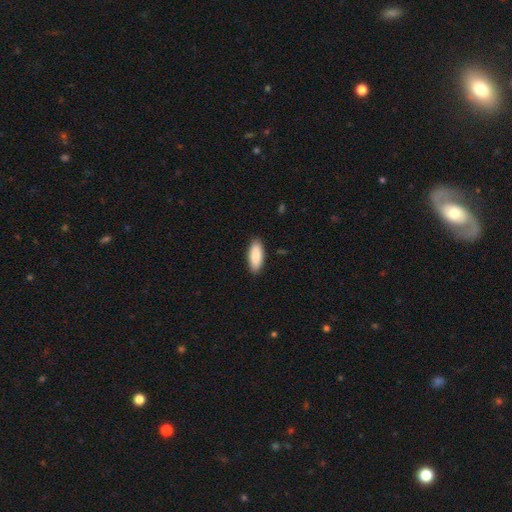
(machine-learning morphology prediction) type=smooth (87%); roundness=in between (79%); merging=none (89%).